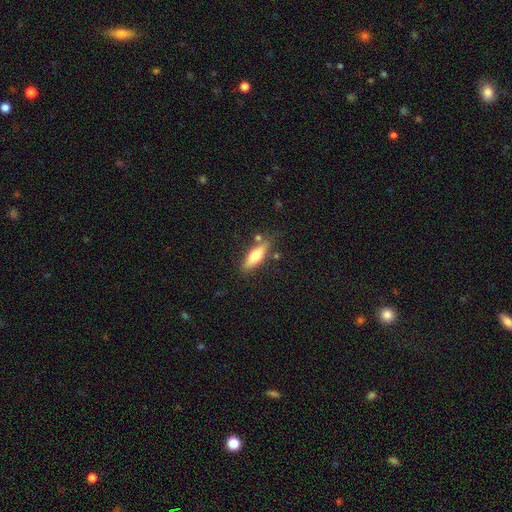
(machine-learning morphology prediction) Smooth or featured? smooth (59%)
How rounded? cigar-shaped (49%)
Merging? none (77%)